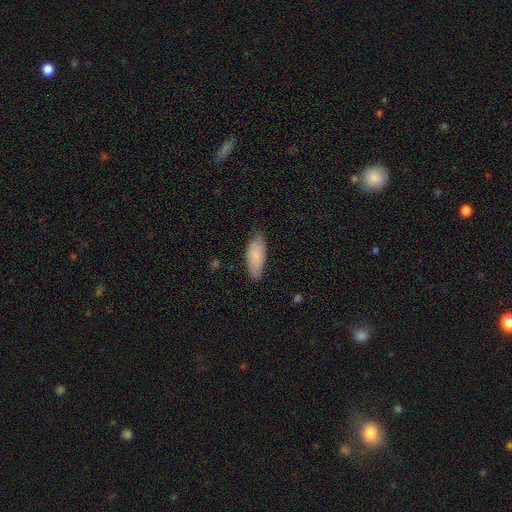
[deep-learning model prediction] smooth_or_featured: smooth (p=0.80) [alt: featured or disk p=0.14]
how_rounded: in between (p=0.80) [alt: cigar-shaped p=0.18]
merging: none (p=0.77) [alt: minor disturbance p=0.19]